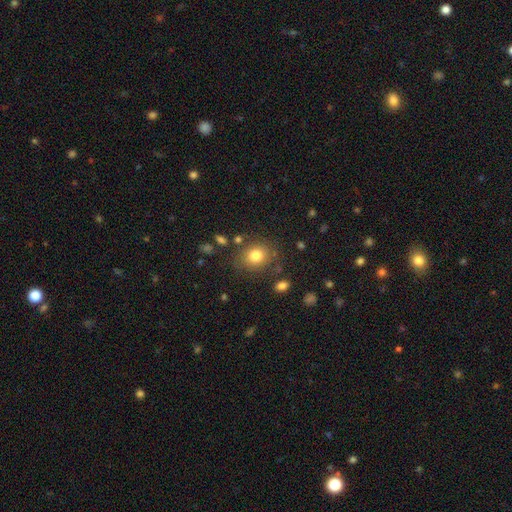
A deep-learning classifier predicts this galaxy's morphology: The model was most divided on "how rounded": round: 66%, in between: 33%, cigar-shaped: 1%. More confident: smooth or featured — smooth (80%); merging — none (79%).